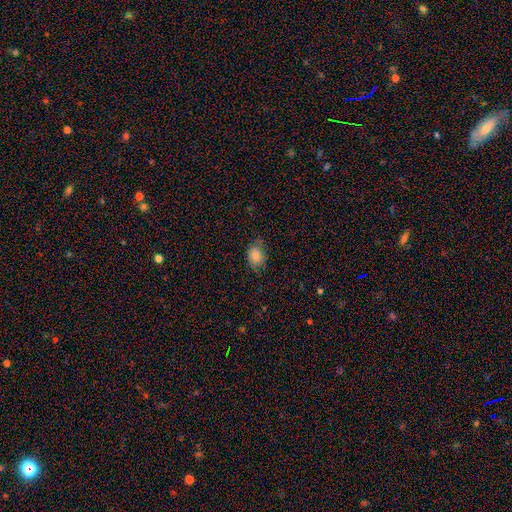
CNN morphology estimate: This appears to be a smooth galaxy with no disk features (82%) that is in between round and cigar-shaped (65%). Merging: none (64%).